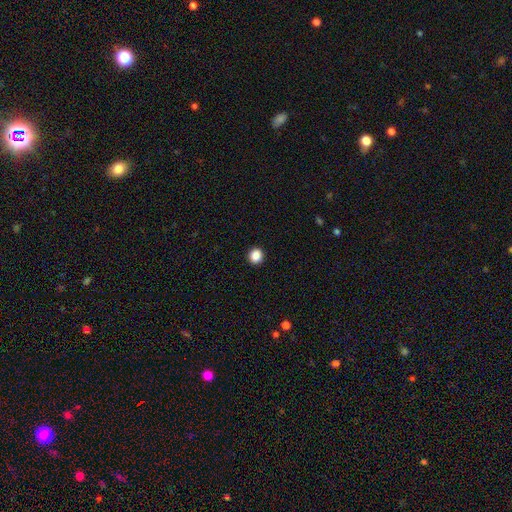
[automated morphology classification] Q: Smooth or featured?
A: smooth (88%); runner-up: star or artifact (10%)
Q: How rounded?
A: round (90%); runner-up: in between (9%)
Q: Merging?
A: none (93%); runner-up: minor disturbance (4%)